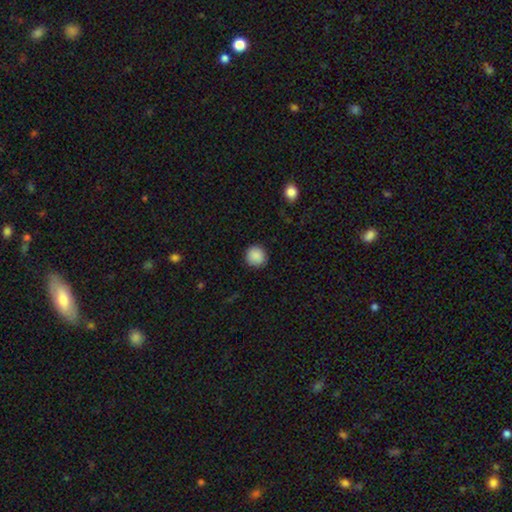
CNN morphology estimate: type=smooth (89%); roundness=round (92%); merging=none (90%).